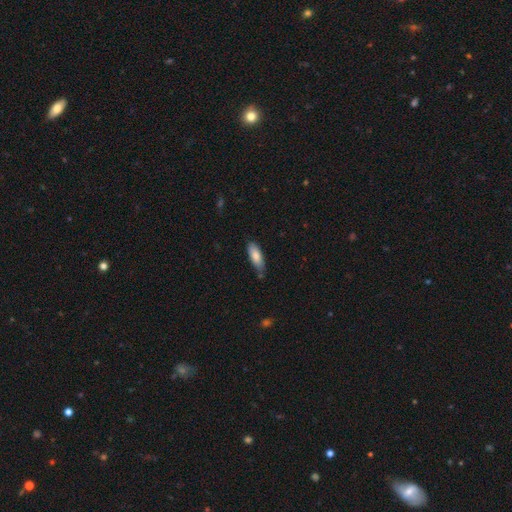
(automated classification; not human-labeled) This appears to be a smooth galaxy with no disk features (81%) that is in between round and cigar-shaped (64%). Merging: none (69%).